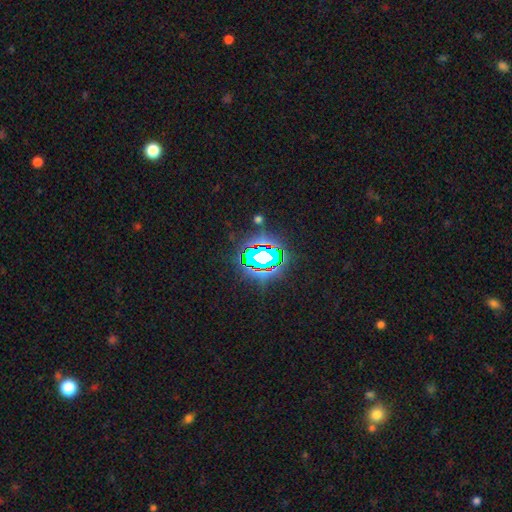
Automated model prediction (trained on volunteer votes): Overall: star or artifact (71%).